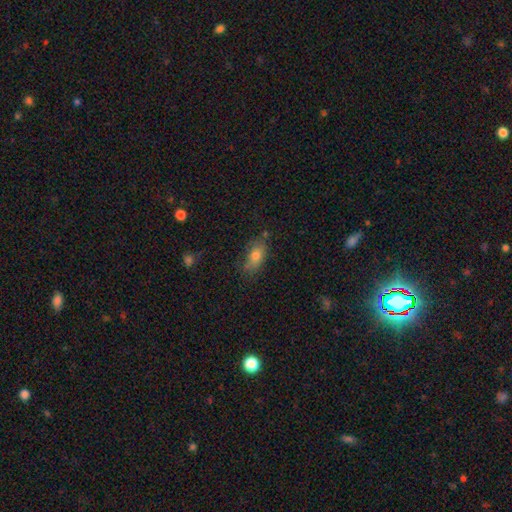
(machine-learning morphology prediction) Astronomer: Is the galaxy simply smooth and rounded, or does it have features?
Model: smooth — 75%.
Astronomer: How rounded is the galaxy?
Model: in between — 85%.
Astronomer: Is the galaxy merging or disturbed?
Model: none — 68%.